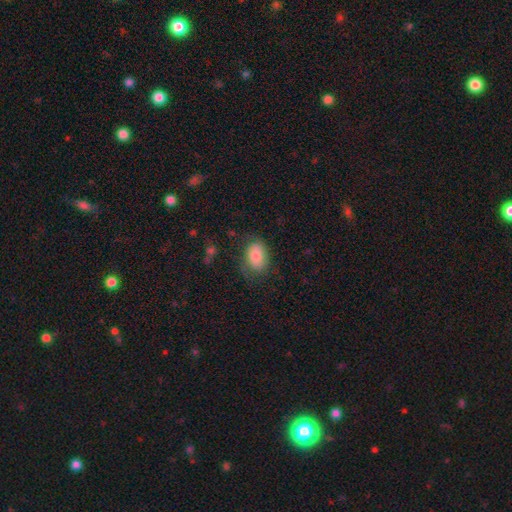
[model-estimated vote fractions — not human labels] Smooth or featured? Predicted: smooth (p=0.70). How rounded? Predicted: in between (p=0.83). Merging? Predicted: none (p=0.63).